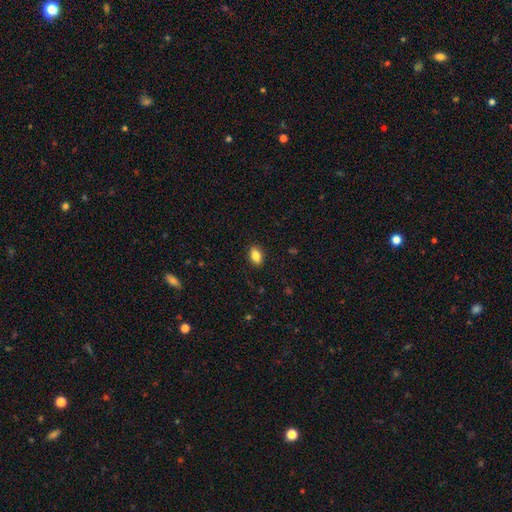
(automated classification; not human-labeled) Smooth or featured?
  - smooth: 85% *
  - star or artifact: 8%
  - featured or disk: 7%
How rounded?
  - in between: 87% *
  - round: 10%
  - cigar-shaped: 2%
Merging?
  - none: 88% *
  - minor disturbance: 9%
  - major disturbance: 2%
  - merger: 1%